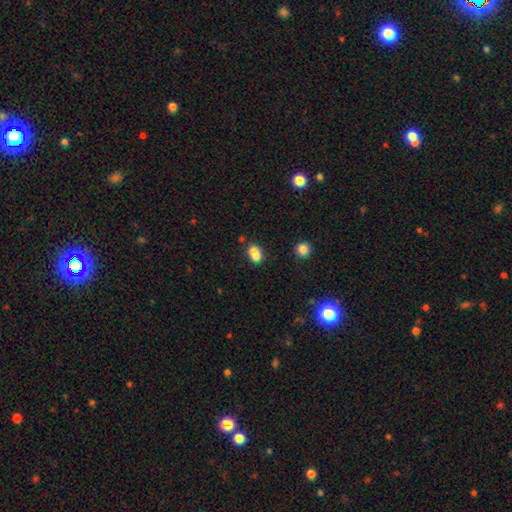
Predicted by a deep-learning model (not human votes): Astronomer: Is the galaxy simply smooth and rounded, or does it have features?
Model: smooth — 76%.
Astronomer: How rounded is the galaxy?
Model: in between — 68%.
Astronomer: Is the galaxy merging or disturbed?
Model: merger — 47% (runner-up: none, 36%).